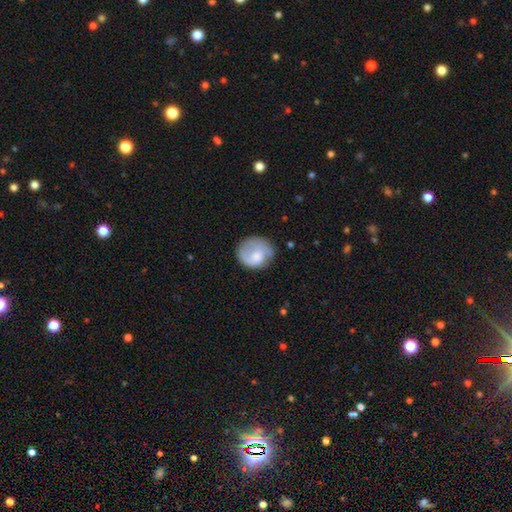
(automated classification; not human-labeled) A smooth galaxy with no disk features (56%) that is round (73%).

Vote fractions:
- Smooth or featured? smooth: 56% / featured or disk: 37% / star or artifact: 7%
- How rounded? round: 73% / in between: 26% / cigar-shaped: 1%
- Merging? none: 60% / minor disturbance: 25% / major disturbance: 13% / merger: 2%